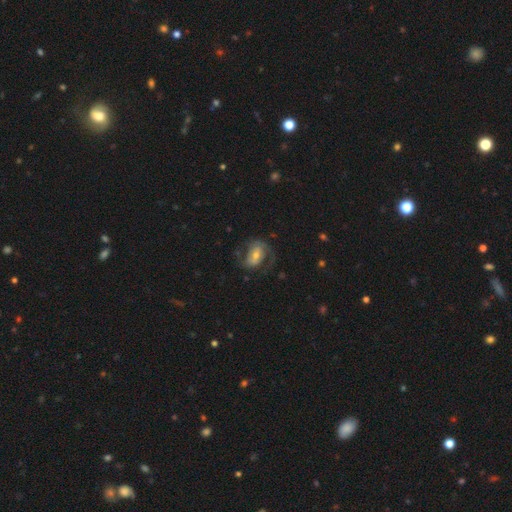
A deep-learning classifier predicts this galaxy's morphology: Overall: featured or disk (68%). Edge-on disk: no (96%). Bar: no (40%; weak 37%). Spiral arms: yes (86%). Spiral arm count: 2 (81%). Spiral winding: medium (47%; loose 33%). Bulge size: moderate (48%; small 42%). Merging: none (59%; major disturbance 21%).